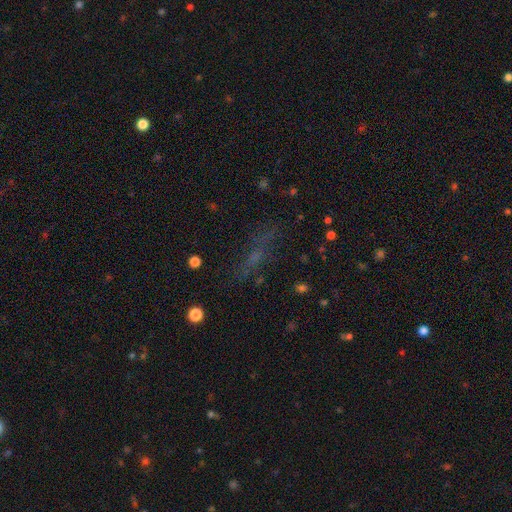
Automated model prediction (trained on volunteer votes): A star or artifact, not a galaxy (36%).

Vote fractions:
- Smooth or featured? star or artifact: 36% / smooth: 35% / featured or disk: 29%